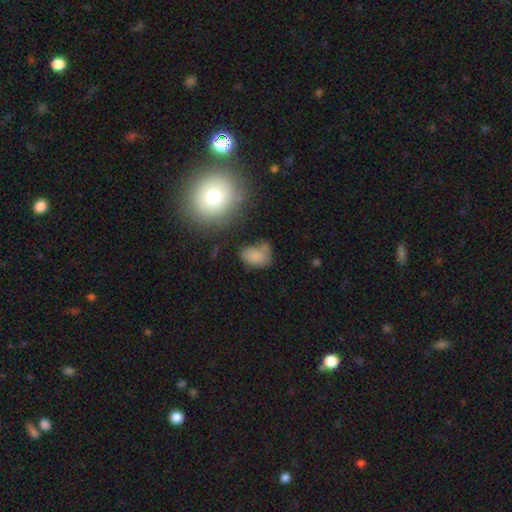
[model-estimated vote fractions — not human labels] Smooth or featured?
  - smooth: 75% *
  - star or artifact: 13%
  - featured or disk: 12%
How rounded?
  - in between: 76% *
  - round: 22%
  - cigar-shaped: 1%
Merging?
  - none: 46% *
  - minor disturbance: 26%
  - merger: 16%
  - major disturbance: 13%